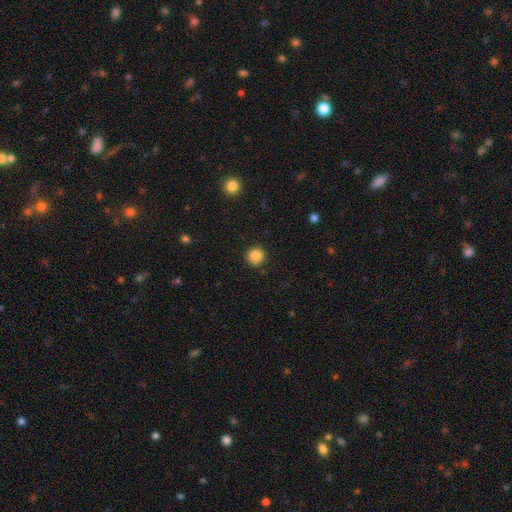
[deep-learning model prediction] This appears to be a smooth galaxy with no disk features (86%) that is round (93%). Merging: none (89%).